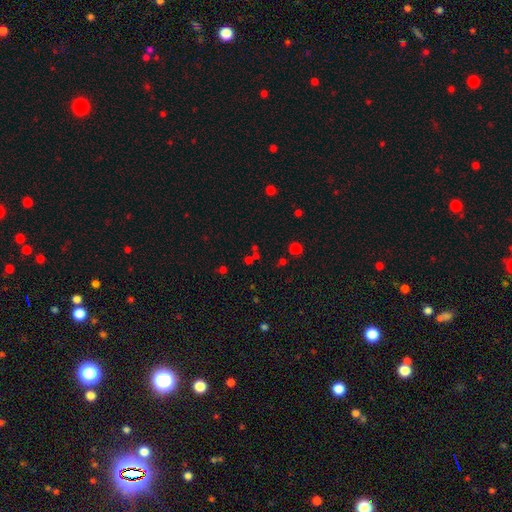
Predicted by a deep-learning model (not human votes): Smooth or featured? star or artifact (46%)